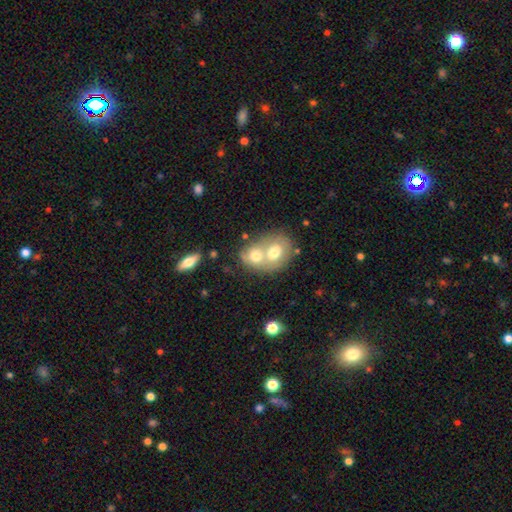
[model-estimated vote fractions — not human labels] smooth 64%, featured or disk 28%, star or artifact 8%. Down the decision tree: how rounded — round (52%); merging — merger (73%).